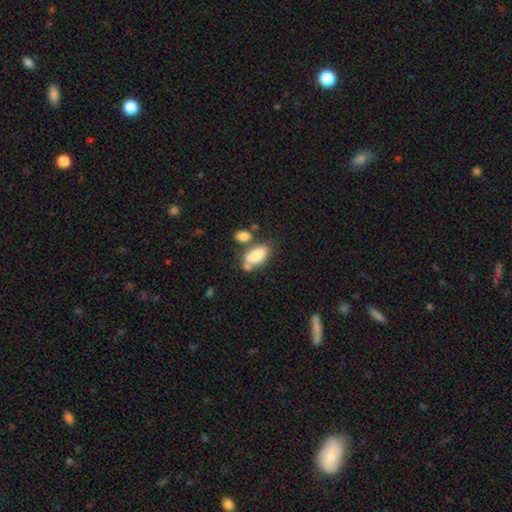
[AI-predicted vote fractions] Morphology: type=smooth (81%); roundness=in between (88%); merging=none (48%).